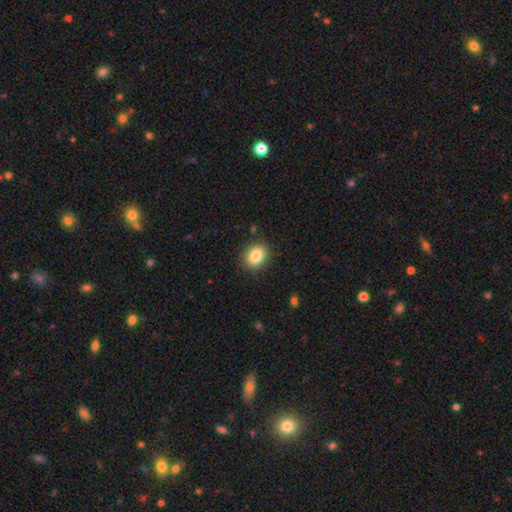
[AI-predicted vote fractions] Q: Smooth or featured?
A: smooth (85%); runner-up: star or artifact (9%)
Q: How rounded?
A: in between (63%); runner-up: round (36%)
Q: Merging?
A: none (87%); runner-up: minor disturbance (10%)